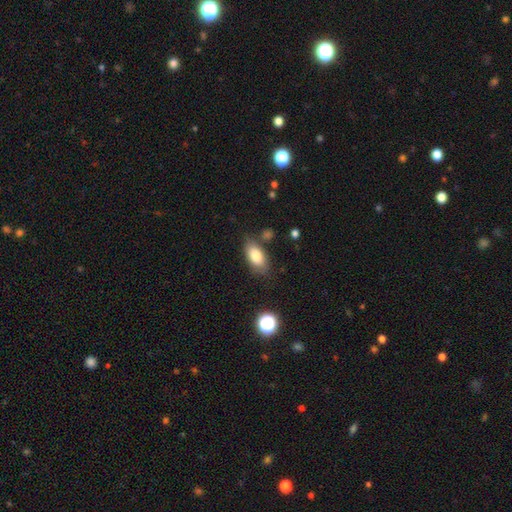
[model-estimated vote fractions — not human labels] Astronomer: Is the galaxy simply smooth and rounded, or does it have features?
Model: smooth — 82%.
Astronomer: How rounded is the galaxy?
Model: in between — 89%.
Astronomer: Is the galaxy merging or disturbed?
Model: none — 75%.